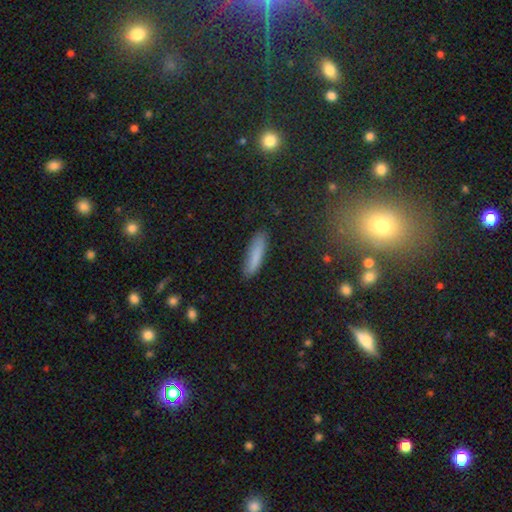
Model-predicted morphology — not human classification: smooth 83%, featured or disk 10%, star or artifact 7%. Down the decision tree: how rounded — cigar-shaped (79%); merging — none (85%).